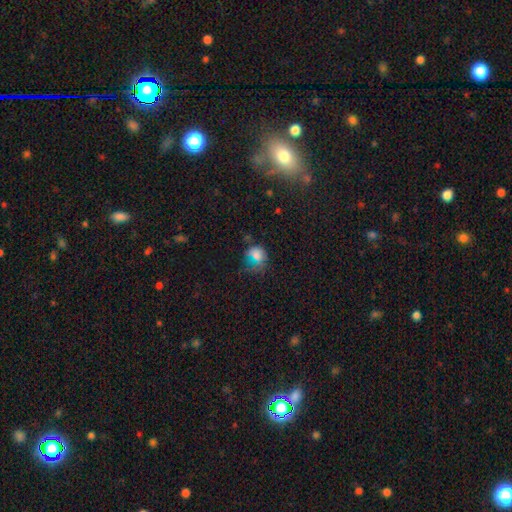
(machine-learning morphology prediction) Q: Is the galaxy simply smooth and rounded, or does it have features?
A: smooth — 66%.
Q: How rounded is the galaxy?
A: round — 58%.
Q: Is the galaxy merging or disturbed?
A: none — 37%.